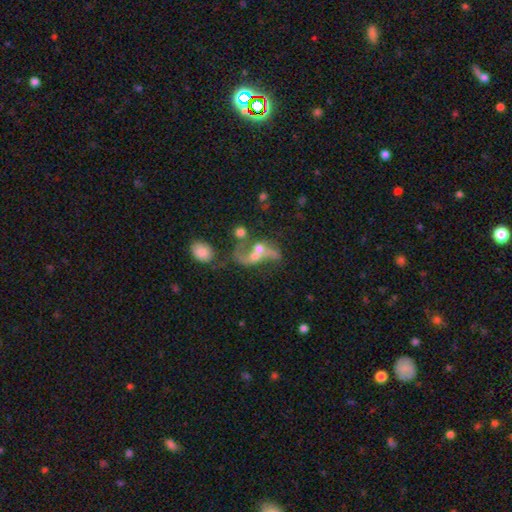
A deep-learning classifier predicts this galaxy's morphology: This is likely a featured or disk galaxy (69%). It is clearly not viewed edge-on (93%). Bar: likely no (62%). Spiral arm pattern: likely yes (72%). Central bulge: marginally moderate (43%). Merging: marginally merger (35%).